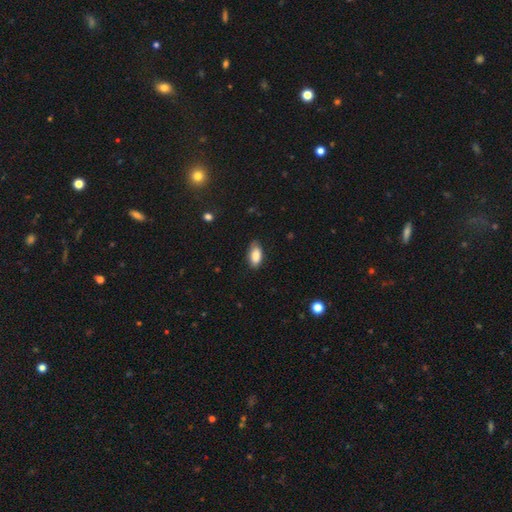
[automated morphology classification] type=smooth (86%); roundness=in between (91%); merging=none (78%).